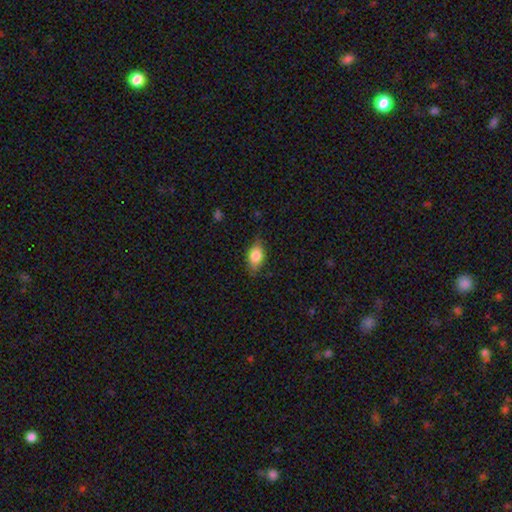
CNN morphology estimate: smooth 78%, featured or disk 15%, star or artifact 8%. Down the decision tree: how rounded — in between (85%); merging — none (77%).